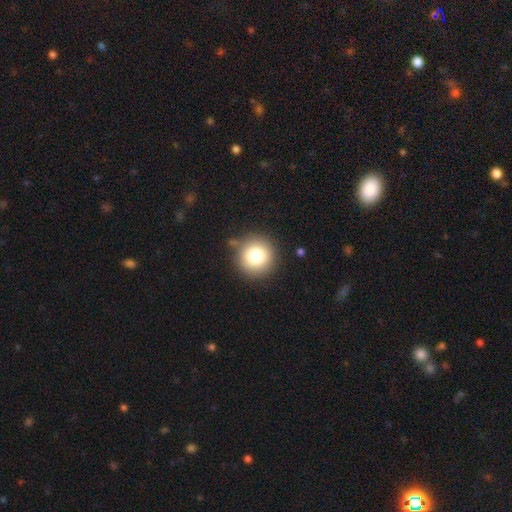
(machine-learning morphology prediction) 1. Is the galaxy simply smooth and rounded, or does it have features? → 80% smooth, 11% star or artifact, 9% featured or disk.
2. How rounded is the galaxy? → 94% round, 5% in between, 1% cigar-shaped.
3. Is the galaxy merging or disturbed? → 85% none, 9% minor disturbance, 3% major disturbance, 3% merger.